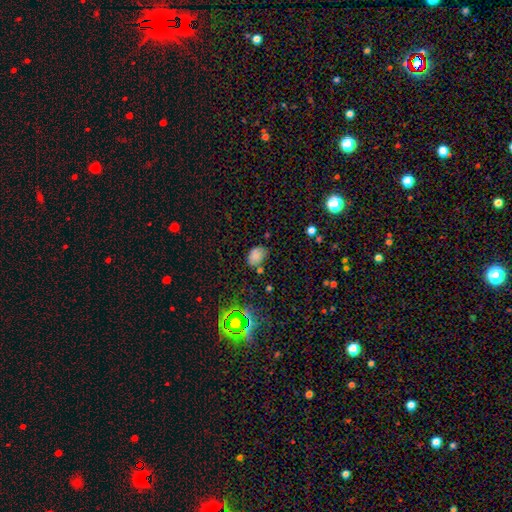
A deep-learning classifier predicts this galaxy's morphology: smooth-or-featured: smooth: 75% | star or artifact: 16% | featured or disk: 9%
  how-rounded: in between: 73% | round: 26% | cigar-shaped: 1%
  merging: none: 62% | minor disturbance: 26% | major disturbance: 6% | merger: 6%